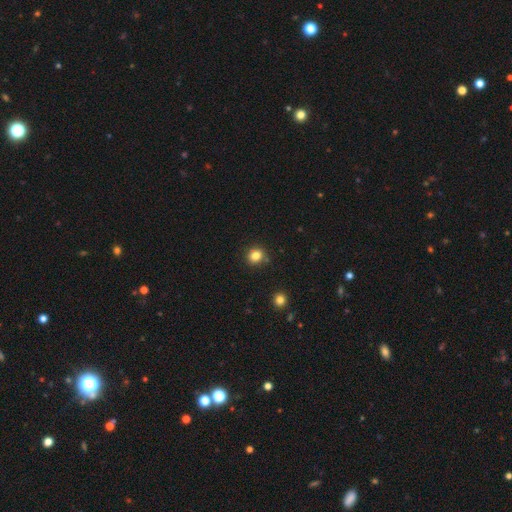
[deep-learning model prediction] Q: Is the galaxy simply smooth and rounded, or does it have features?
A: smooth — 82%.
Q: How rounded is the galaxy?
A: round — 84%.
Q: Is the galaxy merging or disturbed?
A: none — 85%.